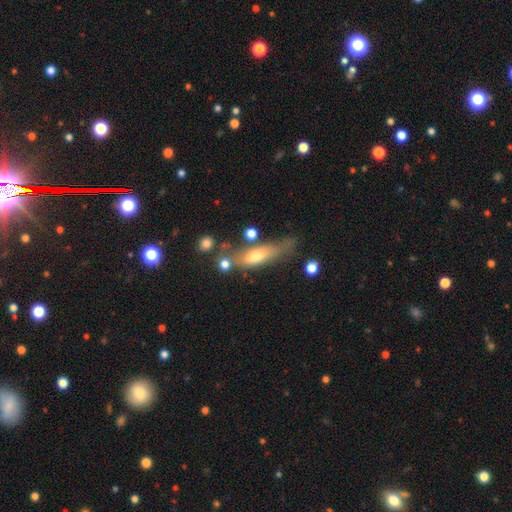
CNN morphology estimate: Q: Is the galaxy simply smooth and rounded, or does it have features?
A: smooth — 59%.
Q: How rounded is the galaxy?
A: cigar-shaped — 49%.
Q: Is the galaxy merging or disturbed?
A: none — 47%.